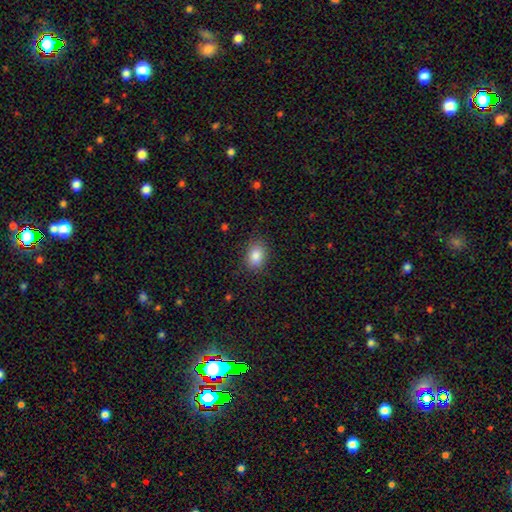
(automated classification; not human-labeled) Smooth or featured: smooth — 87% (star or artifact — 8%)
How rounded: in between — 76% (round — 23%)
Merging: none — 83% (minor disturbance — 12%)